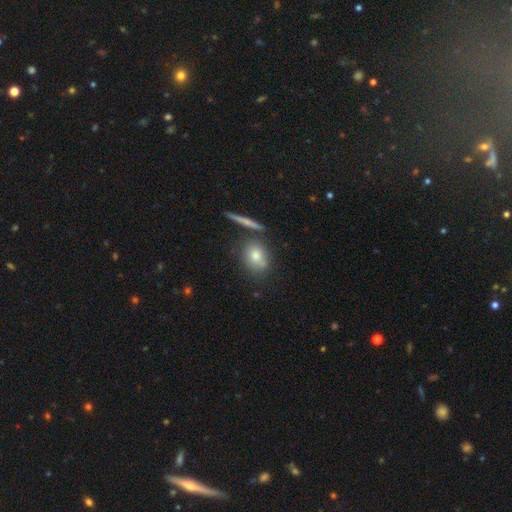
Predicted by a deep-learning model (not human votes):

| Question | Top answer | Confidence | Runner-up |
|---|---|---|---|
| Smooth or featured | smooth | 74% | featured or disk (16%) |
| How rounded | round | 47% | tied: in between (47%) |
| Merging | none | 68% | minor disturbance (14%) |